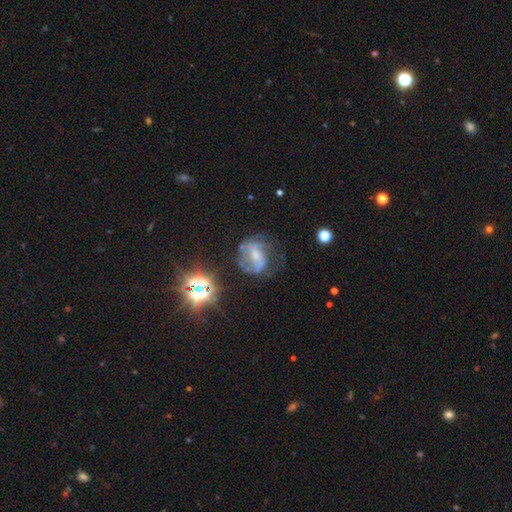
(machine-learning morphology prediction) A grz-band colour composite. It shows a featured or disk galaxy (63%) with a weak bar (43%), spiral arms (72%) and a small central bulge (43%). Merging: none (48%).